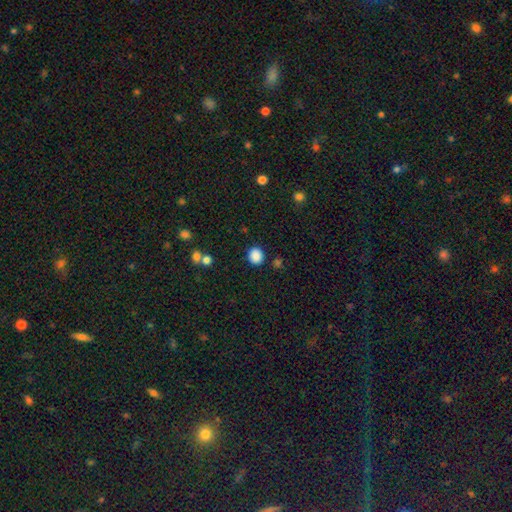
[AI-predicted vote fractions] Smooth or featured? Predicted: smooth (p=0.87). How rounded? Predicted: round (p=0.70). Merging? Predicted: none (p=0.86).